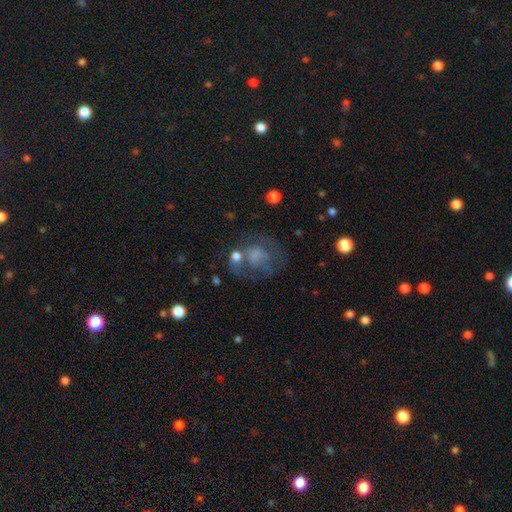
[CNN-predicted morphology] Smooth or featured: featured or disk — 50% (smooth — 36%)
Edge-on disk: no — 97% (yes — 3%)
Merging: none — 49% (major disturbance — 23%)